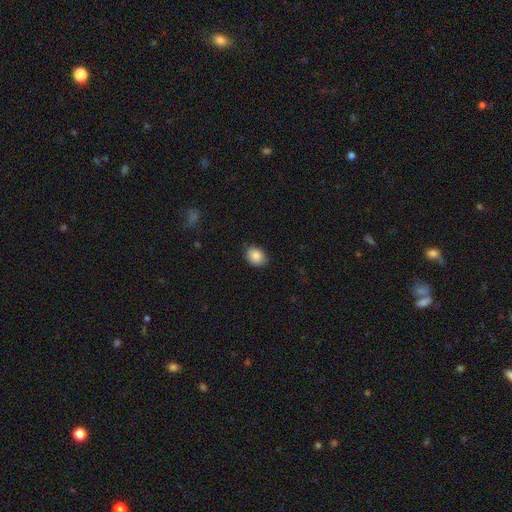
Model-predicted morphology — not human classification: smooth-or-featured: smooth: 87% | star or artifact: 8% | featured or disk: 5%
  how-rounded: in between: 63% | round: 36% | cigar-shaped: 1%
  merging: none: 84% | minor disturbance: 13% | major disturbance: 2% | merger: 1%